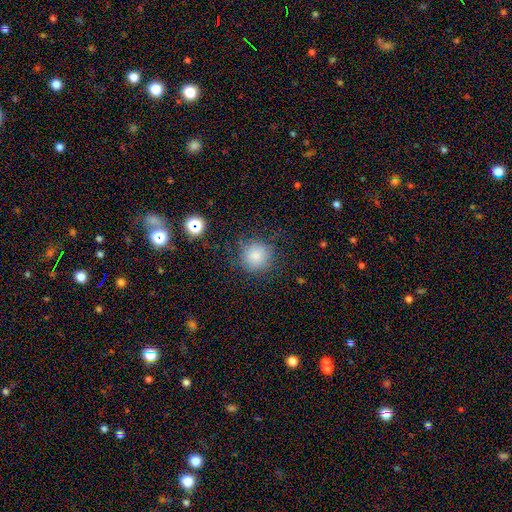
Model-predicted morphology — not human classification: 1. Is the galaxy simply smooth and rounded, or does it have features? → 80% smooth, 12% star or artifact, 8% featured or disk.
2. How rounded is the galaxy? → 92% round, 7% in between, 1% cigar-shaped.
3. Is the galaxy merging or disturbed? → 76% none, 15% minor disturbance, 7% major disturbance, 2% merger.